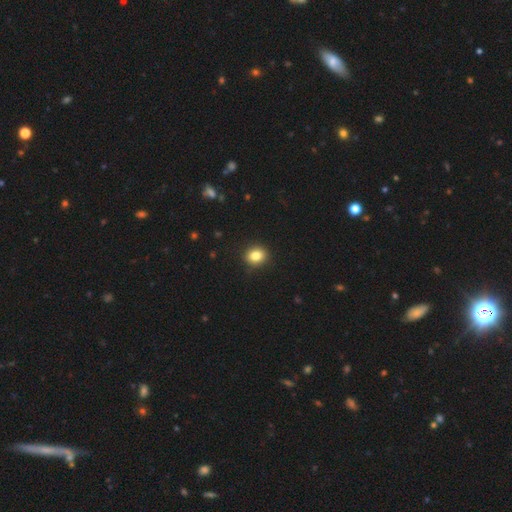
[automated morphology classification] A smooth galaxy with no disk features (84%) that is round (66%). Merging: none (90%).